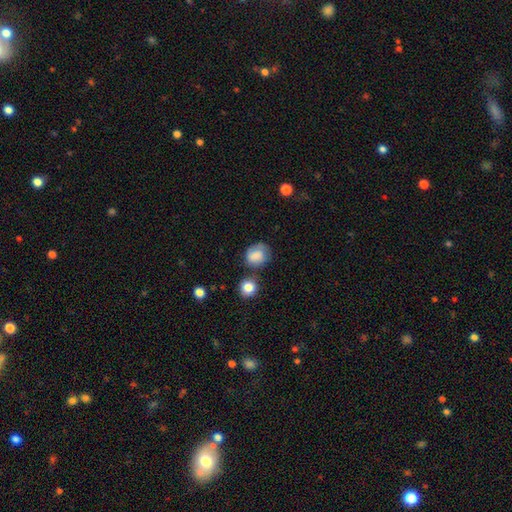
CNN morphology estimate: Smooth or featured? Predicted: smooth (p=0.80). How rounded? Predicted: round (p=0.64). Merging? Predicted: none (p=0.55).